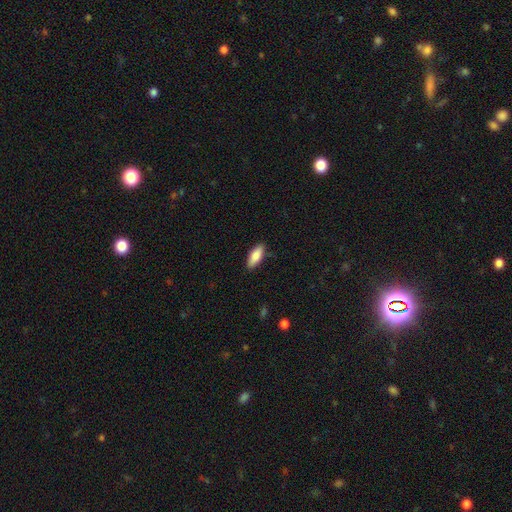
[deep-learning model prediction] Smooth or featured: smooth — 84% (featured or disk — 11%)
How rounded: in between — 75% (cigar-shaped — 23%)
Merging: none — 86% (minor disturbance — 11%)